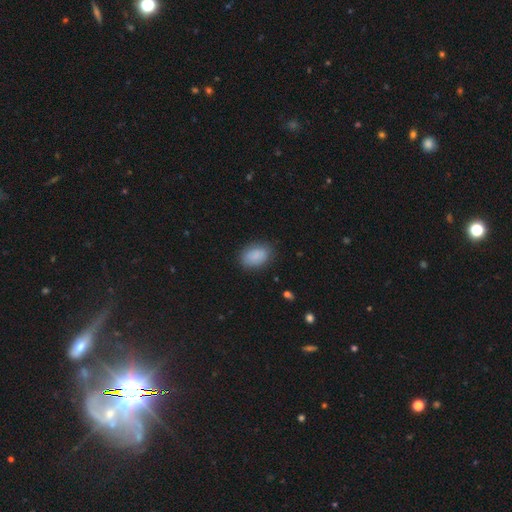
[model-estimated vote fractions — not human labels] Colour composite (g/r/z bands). It shows a smooth galaxy with no disk features (86%) that is in between round and cigar-shaped (84%). Merging: none (82%).